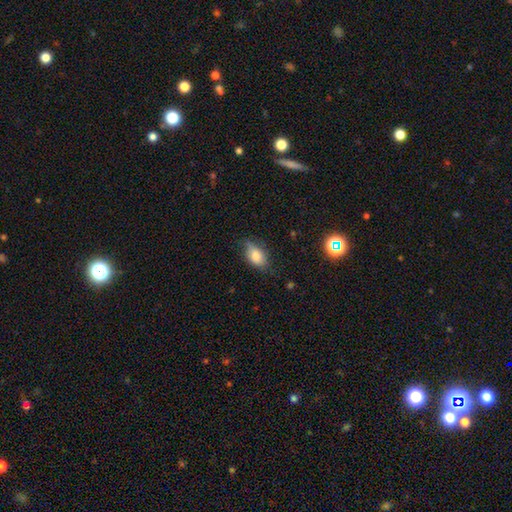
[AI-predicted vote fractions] This is likely a smooth galaxy (79%). How rounded: clearly in between (88%). Merging: likely none (61%).